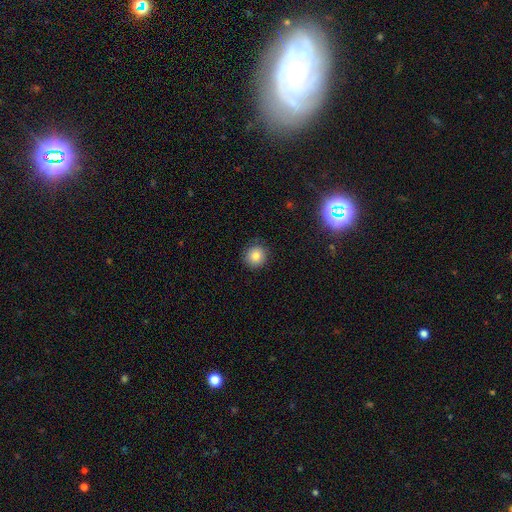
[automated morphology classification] Smooth or featured? smooth (82%)
How rounded? round (93%)
Merging? none (89%)